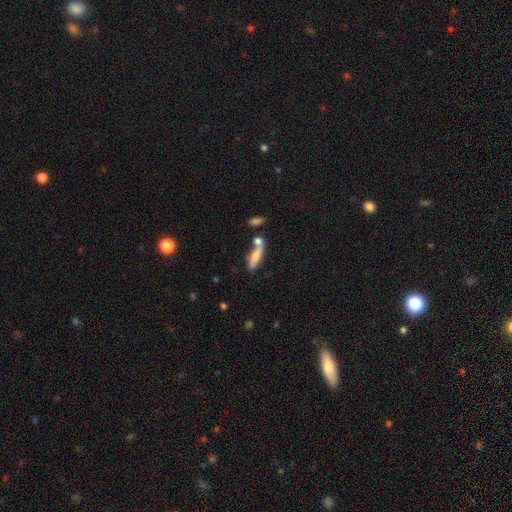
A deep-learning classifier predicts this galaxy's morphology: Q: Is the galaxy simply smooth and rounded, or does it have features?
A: smooth — 64%.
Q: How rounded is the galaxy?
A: cigar-shaped — 64%.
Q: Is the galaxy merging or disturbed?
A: none — 50%.